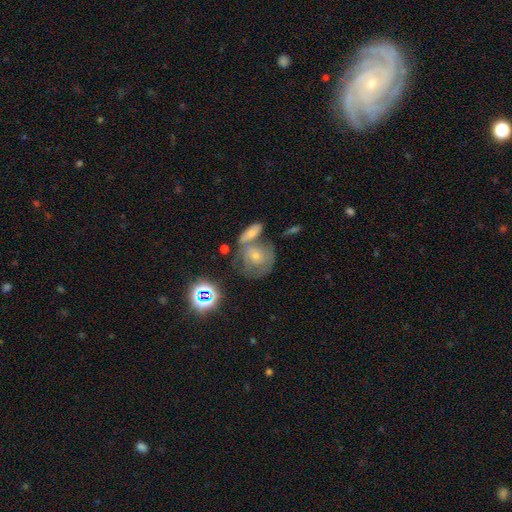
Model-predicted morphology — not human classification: smooth-or-featured: featured or disk: 46% | smooth: 41% | star or artifact: 13%
  merging: merger: 39% | none: 34% | minor disturbance: 16% | major disturbance: 11%